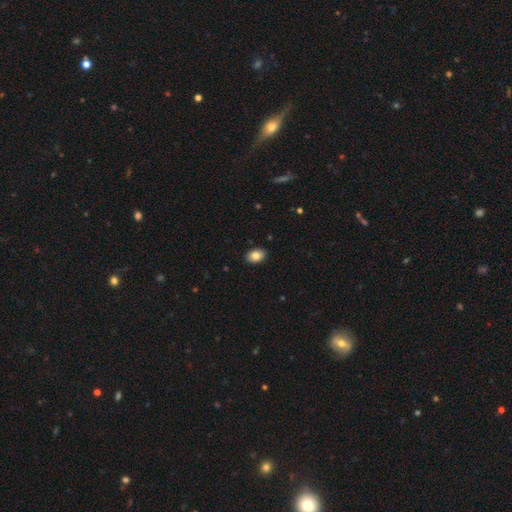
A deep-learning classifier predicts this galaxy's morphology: This is clearly a smooth galaxy (85%). How rounded: clearly in between (82%). Merging: clearly none (90%).